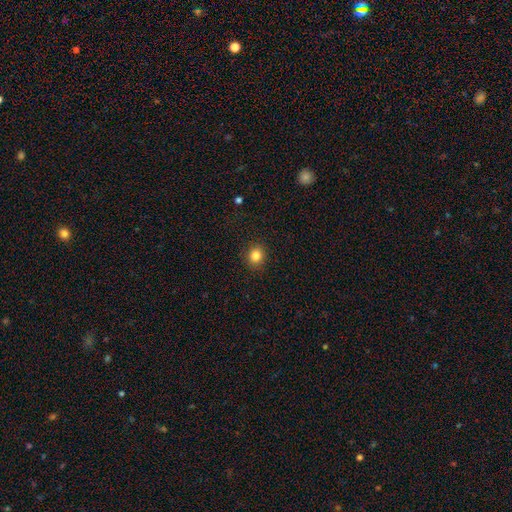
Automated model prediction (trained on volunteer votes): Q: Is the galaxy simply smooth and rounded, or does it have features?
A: smooth — 84%.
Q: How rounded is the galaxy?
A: round — 72%.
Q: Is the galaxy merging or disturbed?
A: none — 89%.